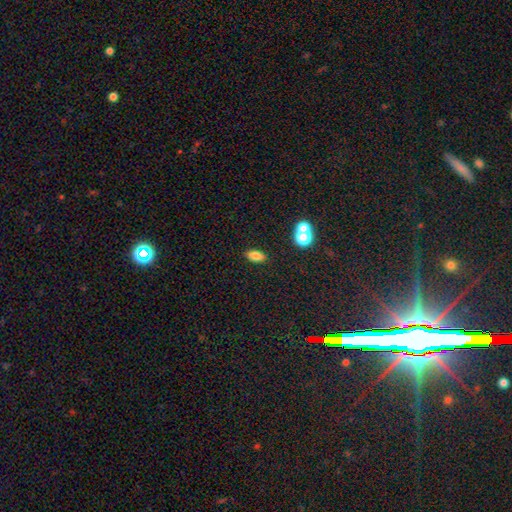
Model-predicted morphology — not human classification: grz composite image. It shows a smooth galaxy with no disk features (79%) that is in between round and cigar-shaped (84%). Merging: none (85%).